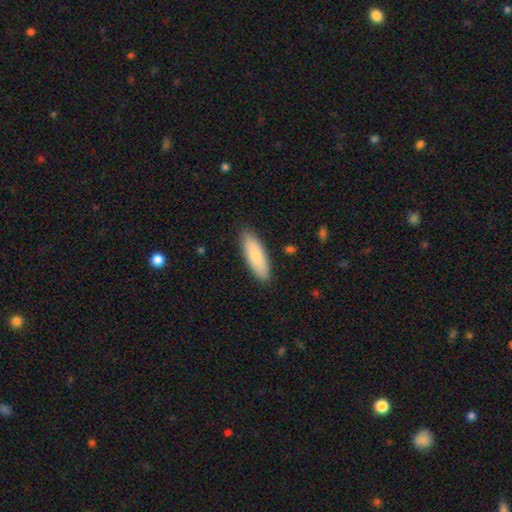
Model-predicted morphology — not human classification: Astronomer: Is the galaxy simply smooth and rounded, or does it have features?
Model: smooth — 83%.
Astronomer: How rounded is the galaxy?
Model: in between — 56% (runner-up: cigar-shaped, 43%).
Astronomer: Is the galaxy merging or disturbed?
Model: none — 88%.